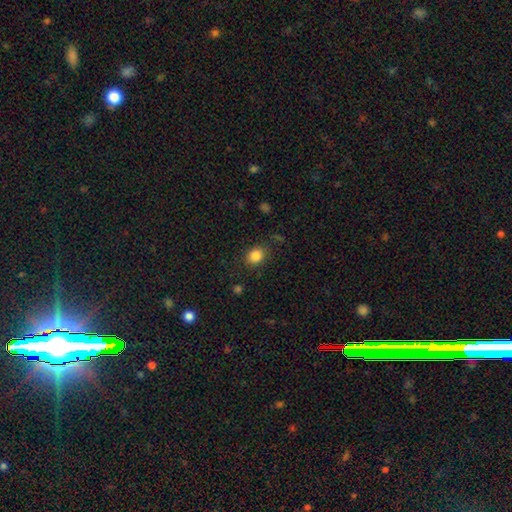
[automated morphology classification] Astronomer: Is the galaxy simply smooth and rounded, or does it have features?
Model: smooth — 85%.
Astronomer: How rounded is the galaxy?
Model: round — 67%.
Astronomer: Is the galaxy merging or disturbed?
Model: none — 82%.